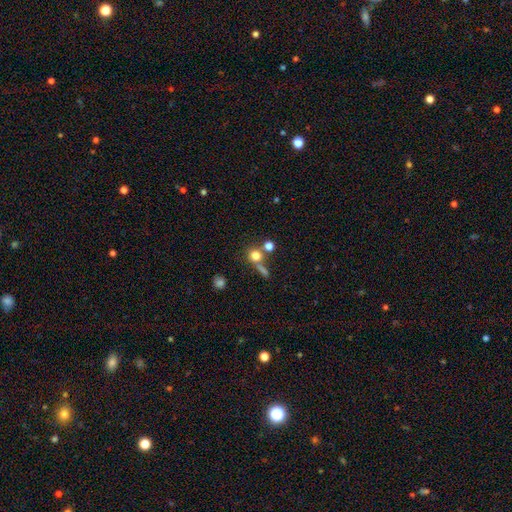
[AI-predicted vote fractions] The model was most divided on "merging": none: 53%, merger: 30%, minor disturbance: 9%, major disturbance: 7%. More confident: how rounded — round (86%); smooth or featured — smooth (74%).